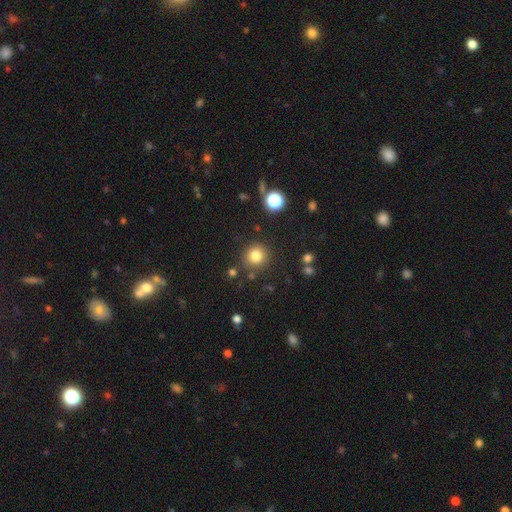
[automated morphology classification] smooth 81%, star or artifact 13%, featured or disk 6%. Down the decision tree: how rounded — round (93%); merging — none (86%).